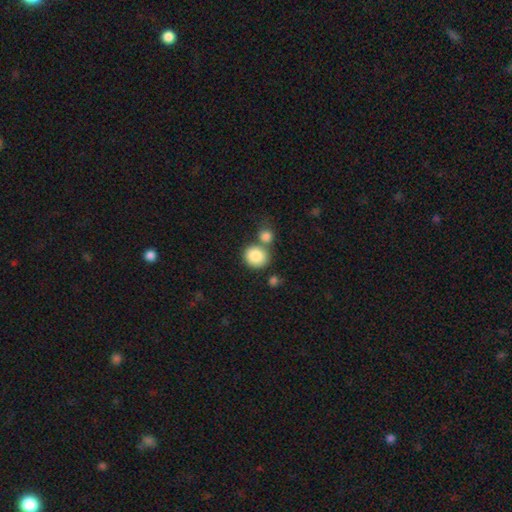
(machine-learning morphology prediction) A smooth galaxy with no disk features (86%) that is round (79%).

Vote fractions:
- Smooth or featured? smooth: 86% / star or artifact: 8% / featured or disk: 6%
- How rounded? round: 79% / in between: 21% / cigar-shaped: 1%
- Merging? none: 53% / merger: 33% / minor disturbance: 10% / major disturbance: 4%